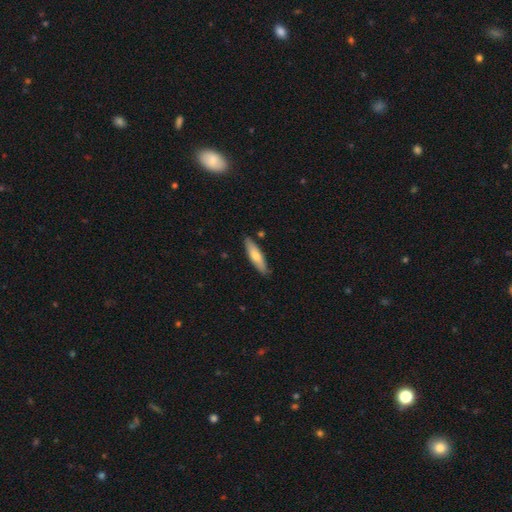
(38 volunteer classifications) smooth 74%, featured or disk 21%, star or artifact 5%. Down the decision tree: how rounded — cigar-shaped (57%); merging — none (83%).